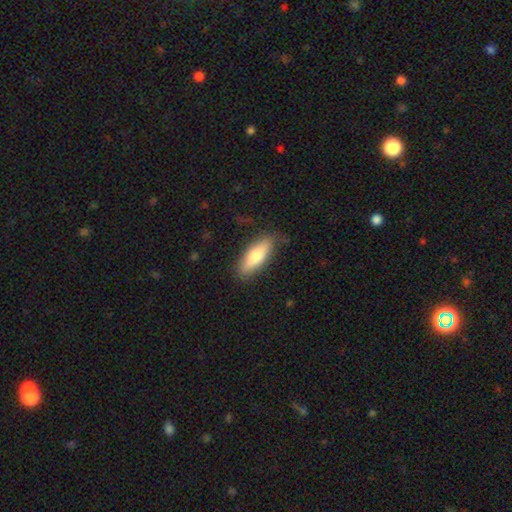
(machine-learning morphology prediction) This appears to be a smooth galaxy with no disk features (70%) that is in between round and cigar-shaped (55%). Merging: none (82%).